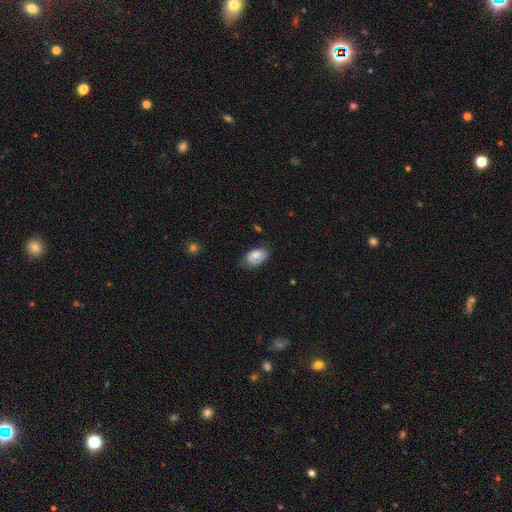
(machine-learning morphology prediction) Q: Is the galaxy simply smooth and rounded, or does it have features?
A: smooth — 72%.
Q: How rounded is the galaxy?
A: in between — 91%.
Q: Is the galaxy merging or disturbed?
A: none — 58%.